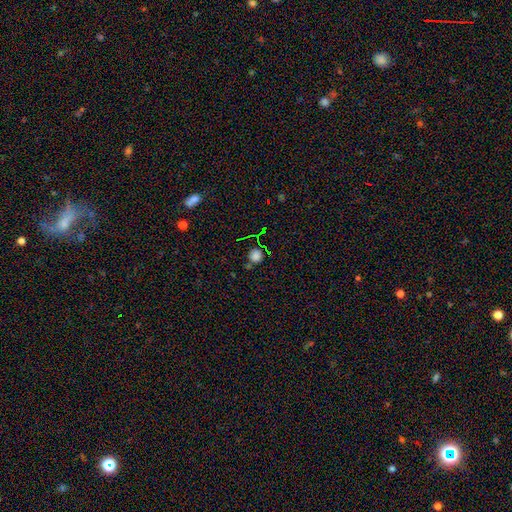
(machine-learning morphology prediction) Smooth or featured: smooth — 72% (star or artifact — 22%)
How rounded: round — 93% (in between — 6%)
Merging: none — 78% (minor disturbance — 11%)